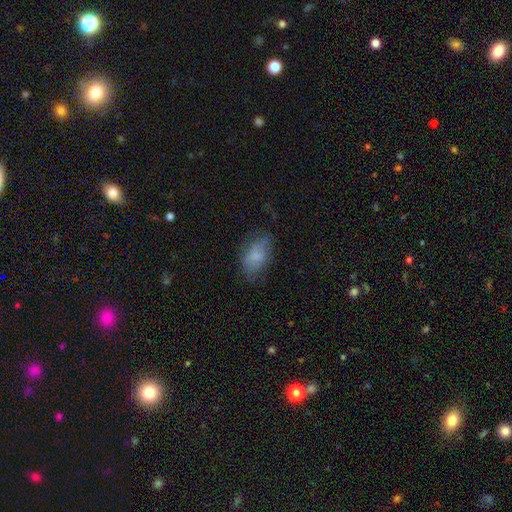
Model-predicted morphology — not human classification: Overall: smooth (74%). How rounded: in between (90%). Merging: none (60%; minor disturbance 26%).